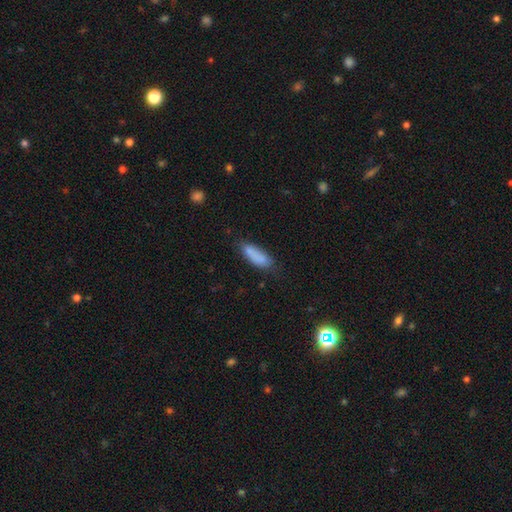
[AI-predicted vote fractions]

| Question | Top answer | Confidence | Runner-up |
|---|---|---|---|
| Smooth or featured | smooth | 84% | featured or disk (8%) |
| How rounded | in between | 62% | cigar-shaped (36%) |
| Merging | none | 64% | minor disturbance (24%) |